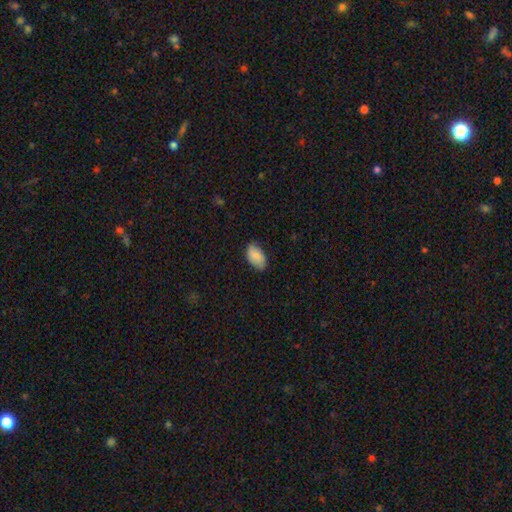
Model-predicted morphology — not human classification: The model was most divided on "merging": none: 80%, minor disturbance: 17%, major disturbance: 3%, merger: 1%. More confident: how rounded — in between (94%); smooth or featured — smooth (84%).